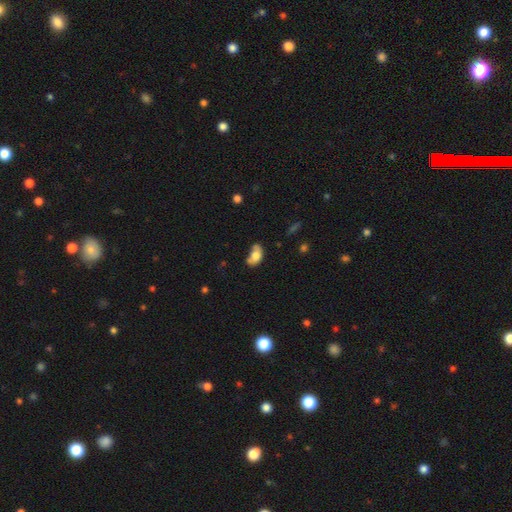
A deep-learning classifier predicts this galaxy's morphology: smooth 69%, featured or disk 23%, star or artifact 8%. Down the decision tree: how rounded — in between (90%); merging — none (40%).